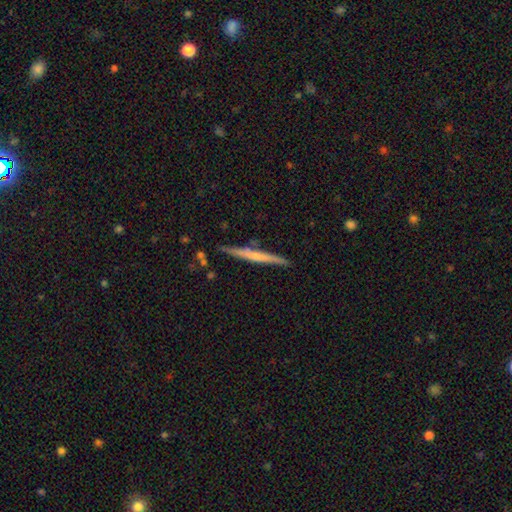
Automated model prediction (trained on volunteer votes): featured or disk 53%, smooth 41%, star or artifact 6%. Down the decision tree: edge-on disk — yes (97%); edge-on bulge — none (60%); merging — none (84%).